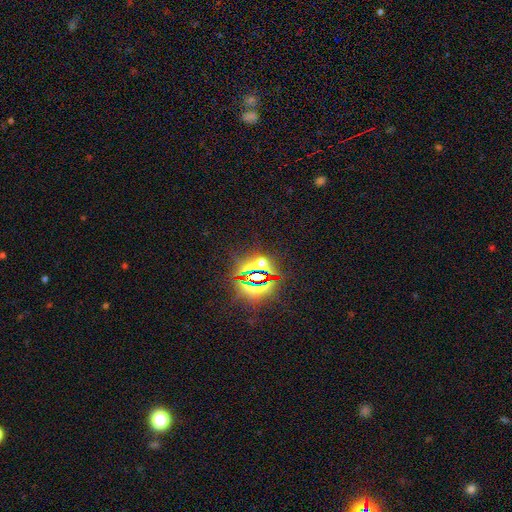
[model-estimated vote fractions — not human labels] A star or artifact, not a galaxy (82%).